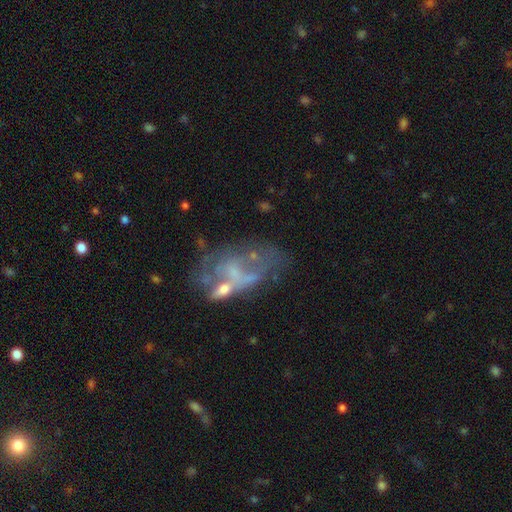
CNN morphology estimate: featured or disk 59%, smooth 23%, star or artifact 18%. Down the decision tree: edge-on disk — no (96%); bar — no (83%); spiral arms — no (85%); bulge size — none (55%); merging — major disturbance (33%).